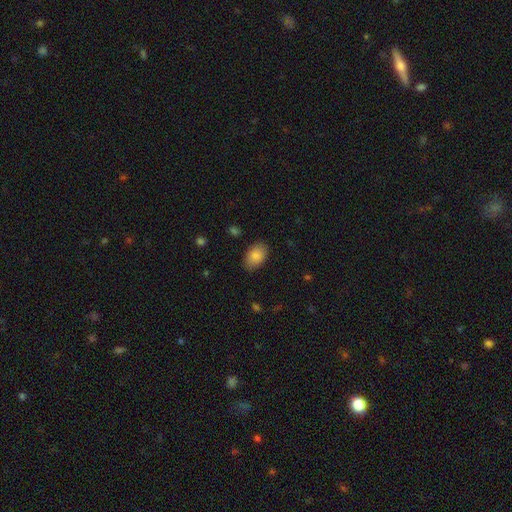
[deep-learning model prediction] smooth 87%, star or artifact 7%, featured or disk 6%. Down the decision tree: how rounded — in between (88%); merging — none (83%).